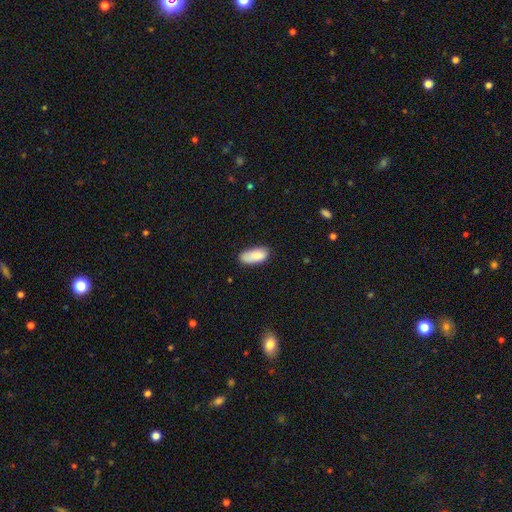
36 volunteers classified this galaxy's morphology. Volunteers were most divided on "merging": none: 75%, minor disturbance: 19%, merger: 6%, major disturbance: 0%. More confident: smooth or featured — smooth (97%); how rounded — in between (91%).